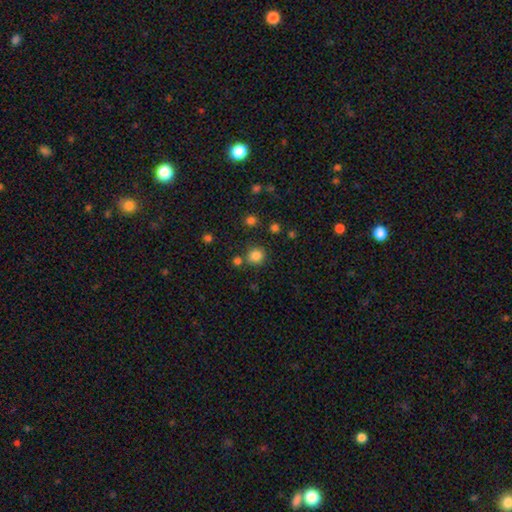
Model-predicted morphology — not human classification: smooth 82%, star or artifact 13%, featured or disk 5%. Down the decision tree: how rounded — round (89%); merging — none (77%).